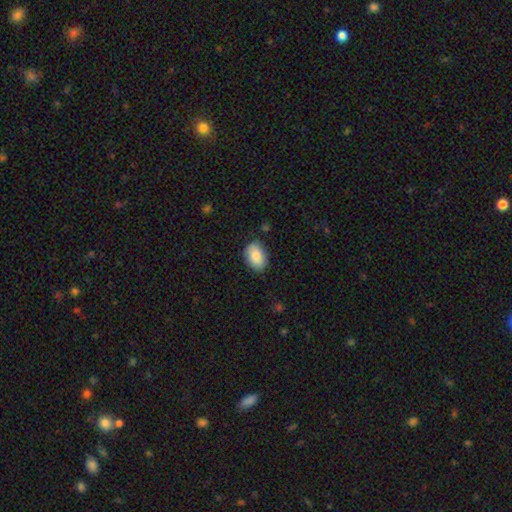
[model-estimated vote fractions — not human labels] Overall: smooth (83%). How rounded: in between (84%). Merging: none (81%).